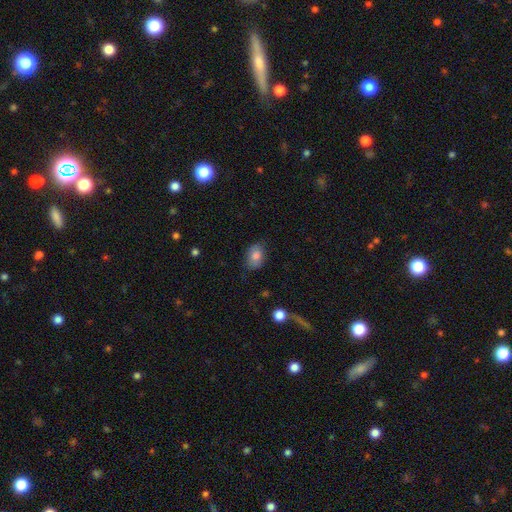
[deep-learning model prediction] The model was most divided on "merging": none: 76%, minor disturbance: 19%, major disturbance: 4%, merger: 1%. More confident: smooth or featured — smooth (81%); how rounded — in between (79%).